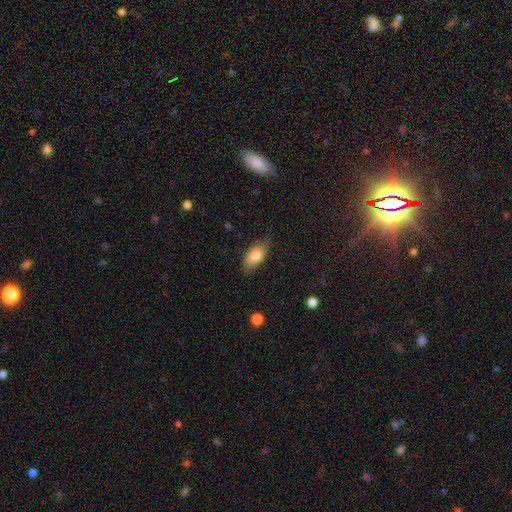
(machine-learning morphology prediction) smooth-or-featured: smooth: 81% | featured or disk: 13% | star or artifact: 7%
  how-rounded: in between: 87% | cigar-shaped: 9% | round: 3%
  merging: none: 75% | minor disturbance: 20% | major disturbance: 4% | merger: 1%